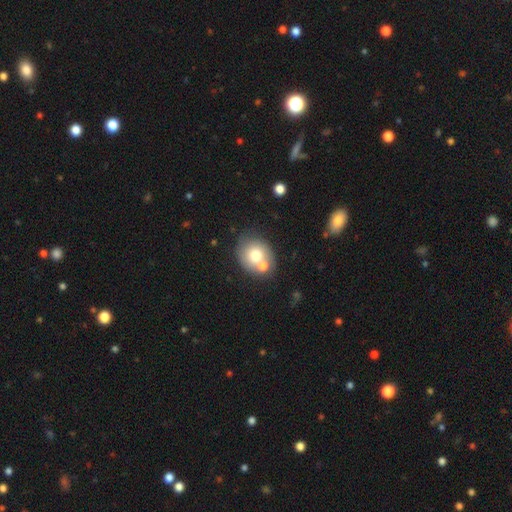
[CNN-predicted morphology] smooth-or-featured: smooth: 68% | featured or disk: 23% | star or artifact: 9%
  how-rounded: round: 67% | in between: 32% | cigar-shaped: 1%
  merging: none: 45% | merger: 39% | minor disturbance: 12% | major disturbance: 4%